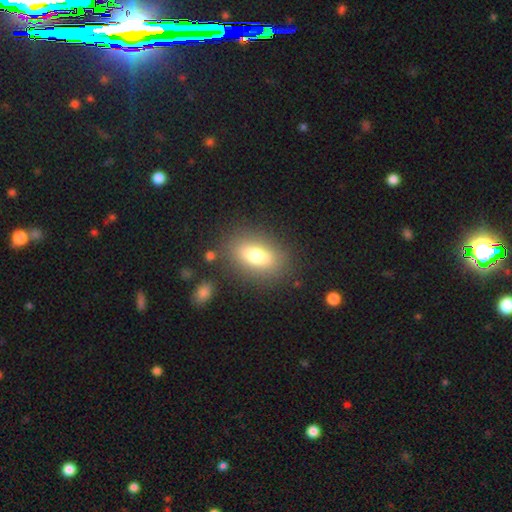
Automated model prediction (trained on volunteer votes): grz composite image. It shows a smooth galaxy with no disk features (73%) that is in between round and cigar-shaped (81%). Merging: none (82%).